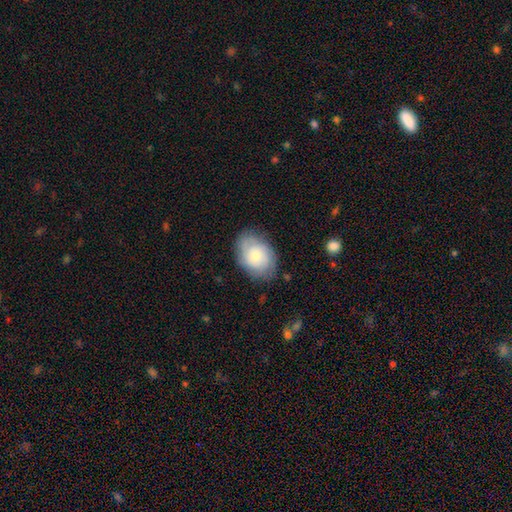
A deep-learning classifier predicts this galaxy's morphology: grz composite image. It shows a smooth galaxy with no disk features (53%) that is in between round and cigar-shaped (74%). Merging: none (73%).